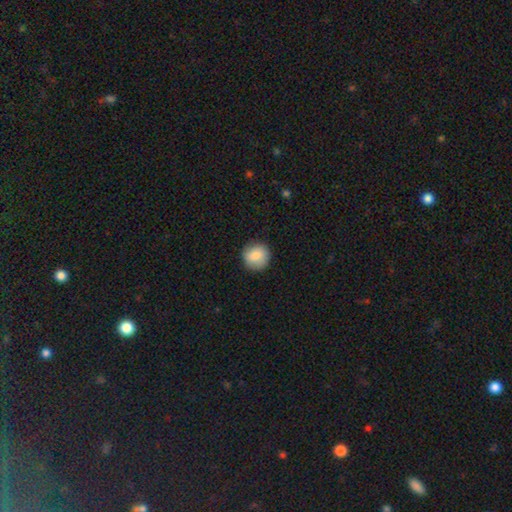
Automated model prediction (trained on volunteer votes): smooth-or-featured: smooth: 84% | featured or disk: 8% | star or artifact: 7%
  how-rounded: round: 92% | in between: 7% | cigar-shaped: 1%
  merging: none: 88% | minor disturbance: 8% | major disturbance: 2% | merger: 1%